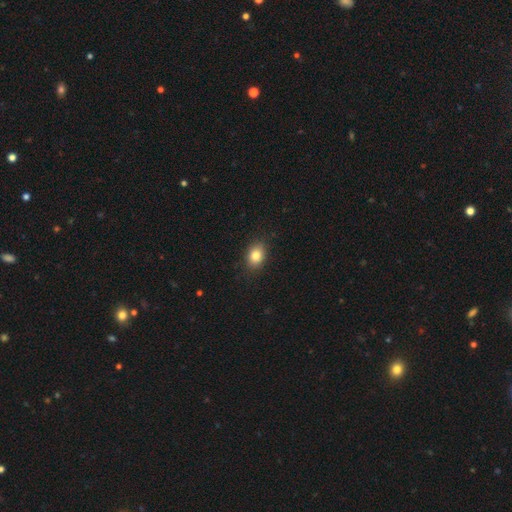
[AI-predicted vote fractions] This appears to be a smooth galaxy with no disk features (82%) that is in between round and cigar-shaped (66%). Merging: none (87%).